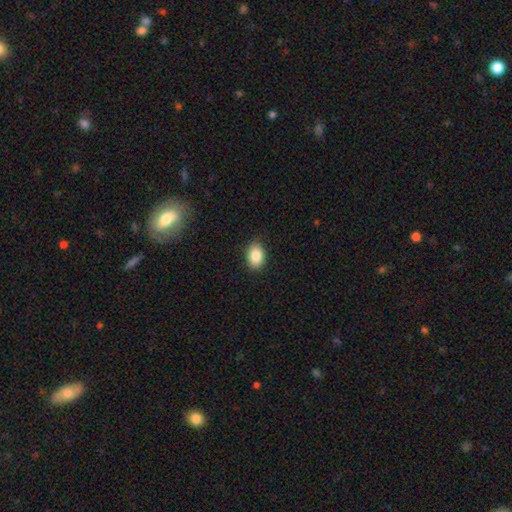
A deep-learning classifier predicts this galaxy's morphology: The model was most divided on "how rounded": in between: 79%, round: 20%, cigar-shaped: 1%. More confident: merging — none (88%); smooth or featured — smooth (86%).